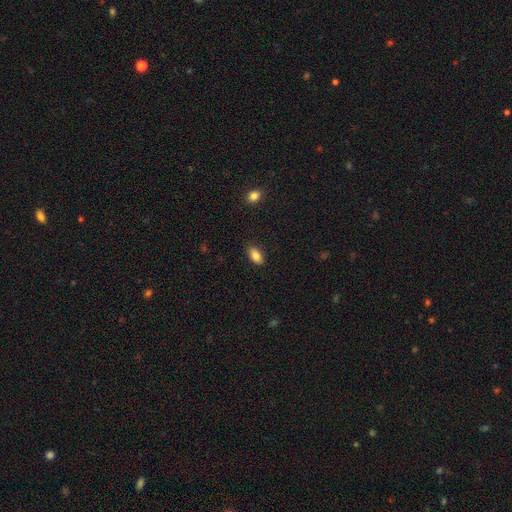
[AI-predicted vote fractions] Smooth or featured: smooth — 85% (star or artifact — 8%)
How rounded: in between — 91% (round — 5%)
Merging: none — 86% (minor disturbance — 10%)